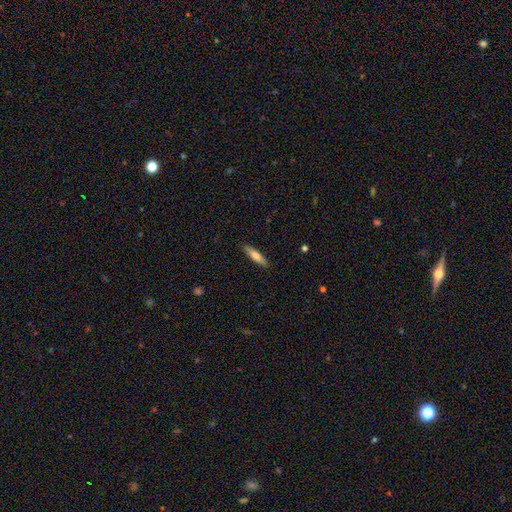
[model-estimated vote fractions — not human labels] Smooth or featured? smooth (67%)
How rounded? cigar-shaped (76%)
Merging? none (89%)